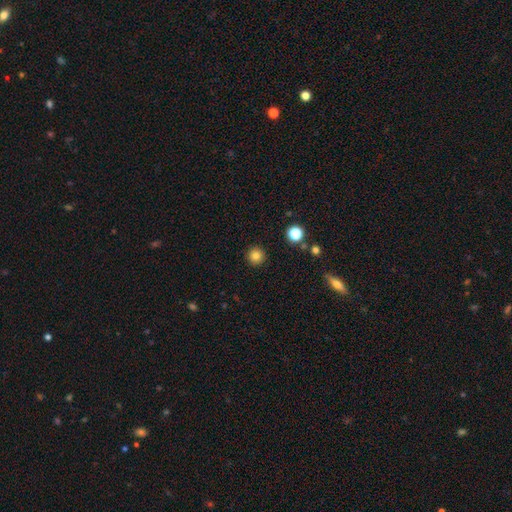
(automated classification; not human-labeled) Morphology: type=smooth (83%); roundness=round (96%); merging=none (92%).